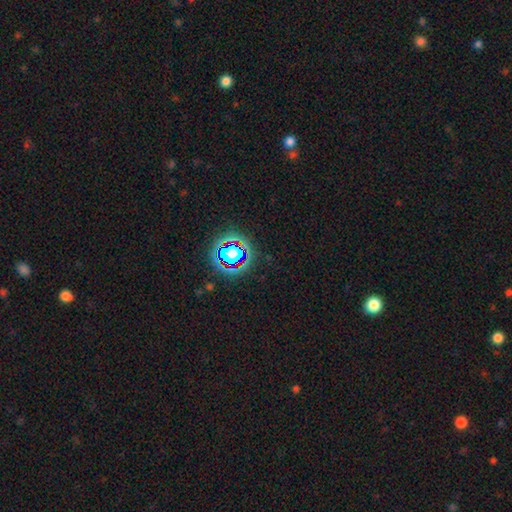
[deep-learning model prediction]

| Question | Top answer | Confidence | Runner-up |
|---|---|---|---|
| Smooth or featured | star or artifact | 78% | smooth (13%) |